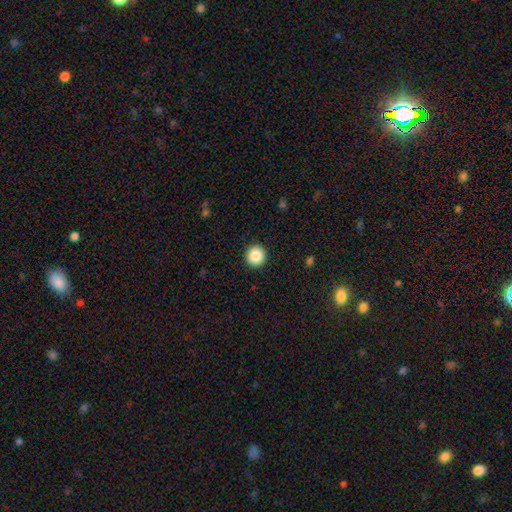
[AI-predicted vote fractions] Smooth or featured? smooth (87%)
How rounded? round (95%)
Merging? none (93%)